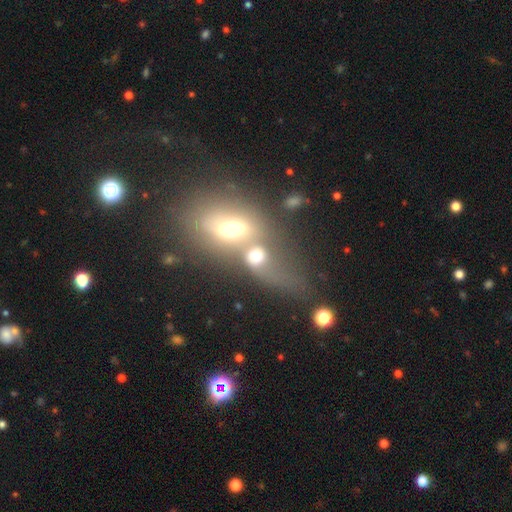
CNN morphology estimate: Smooth or featured? smooth (57%)
How rounded? in between (56%)
Merging? merger (69%)